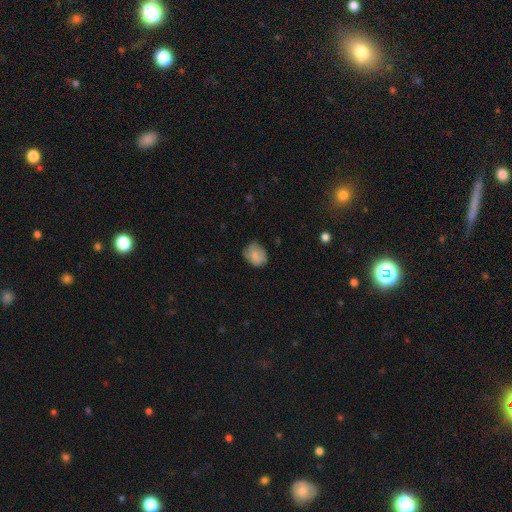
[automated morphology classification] type=smooth (81%); roundness=in between (52%); merging=none (67%).